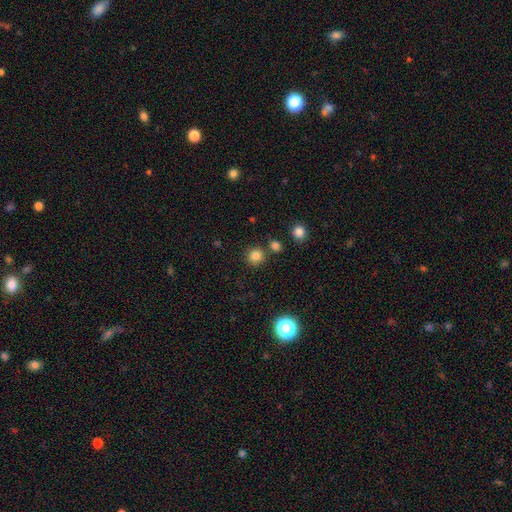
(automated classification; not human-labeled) The model was most divided on "smooth or featured": smooth: 81%, star or artifact: 14%, featured or disk: 5%. More confident: how rounded — round (92%); merging — none (80%).